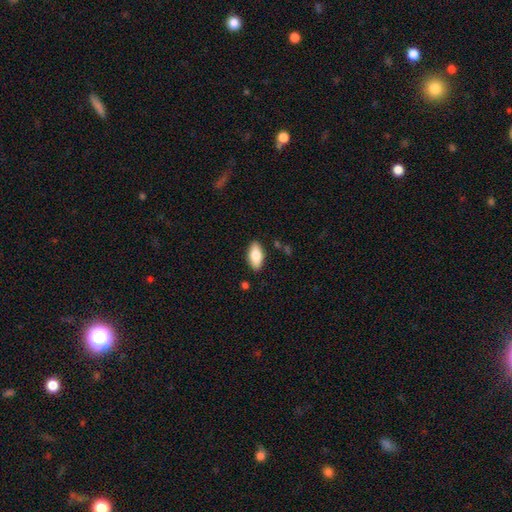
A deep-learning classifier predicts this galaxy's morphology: Smooth or featured? Predicted: smooth (p=0.79). How rounded? Predicted: in between (p=0.88). Merging? Predicted: none (p=0.87).